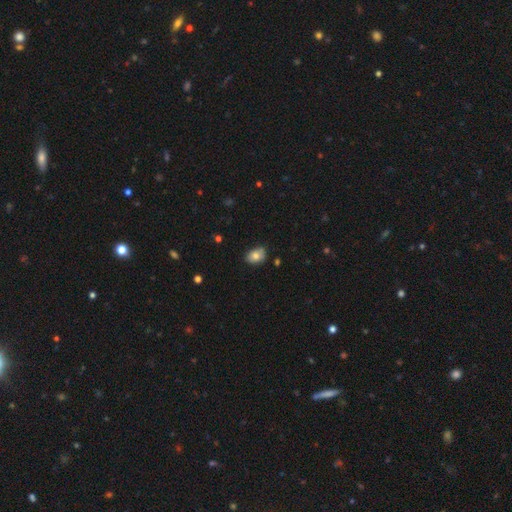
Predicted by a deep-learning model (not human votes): Q: Smooth or featured?
A: smooth (77%); runner-up: featured or disk (14%)
Q: How rounded?
A: in between (77%); runner-up: round (22%)
Q: Merging?
A: none (76%); runner-up: minor disturbance (20%)